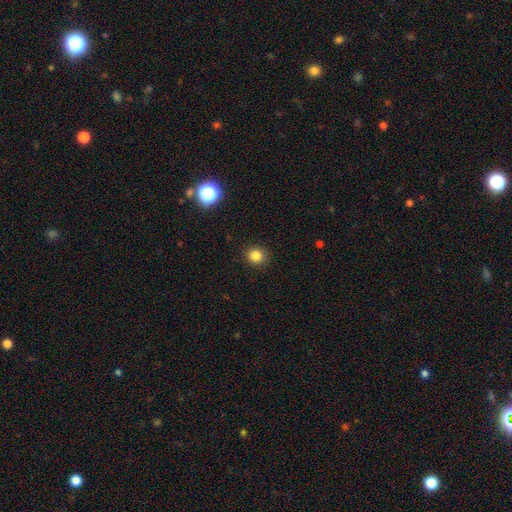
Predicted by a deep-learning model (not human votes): The model was most divided on "smooth or featured": smooth: 83%, star or artifact: 13%, featured or disk: 4%. More confident: merging — none (91%); how rounded — round (87%).